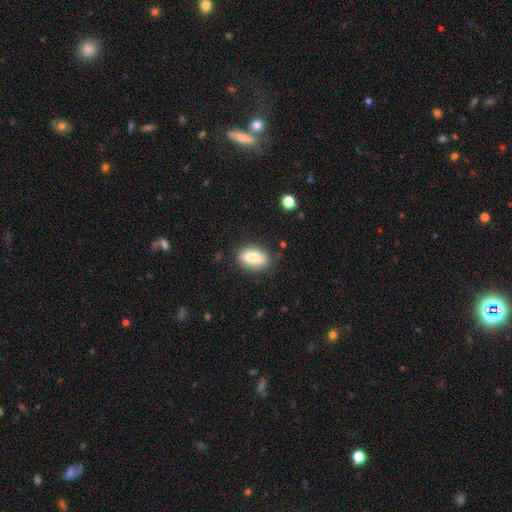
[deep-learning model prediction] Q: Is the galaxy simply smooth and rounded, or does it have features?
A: smooth — 79%.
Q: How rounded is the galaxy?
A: in between — 87%.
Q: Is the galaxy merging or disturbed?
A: none — 83%.